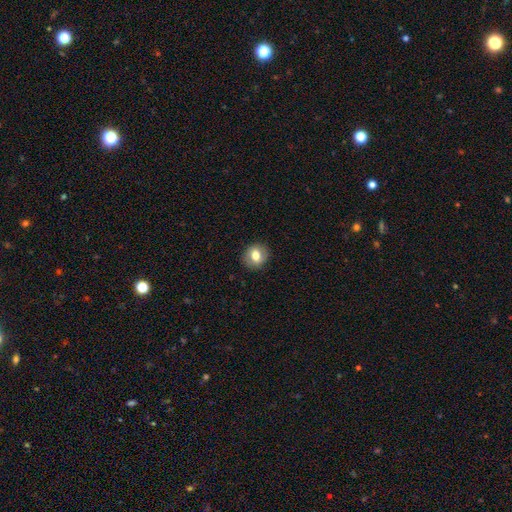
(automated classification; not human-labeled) This appears to be a smooth galaxy with no disk features (72%) that is round (75%). Merging: none (88%).